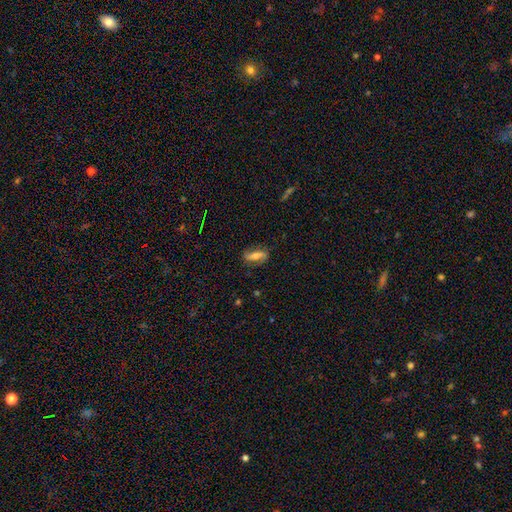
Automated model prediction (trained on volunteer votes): Smooth or featured? Predicted: featured or disk (p=0.48). Merging? Predicted: none (p=0.77).